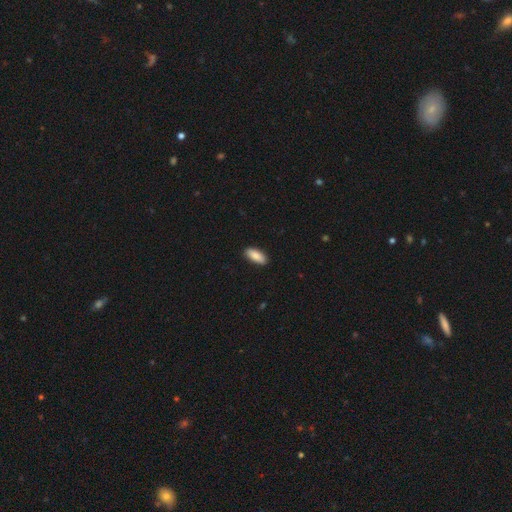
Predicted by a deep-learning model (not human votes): A smooth galaxy with no disk features (87%) that is in between round and cigar-shaped (81%).

Vote fractions:
- Smooth or featured? smooth: 87% / featured or disk: 7% / star or artifact: 6%
- How rounded? in between: 81% / cigar-shaped: 17% / round: 2%
- Merging? none: 89% / minor disturbance: 8% / major disturbance: 2% / merger: 1%